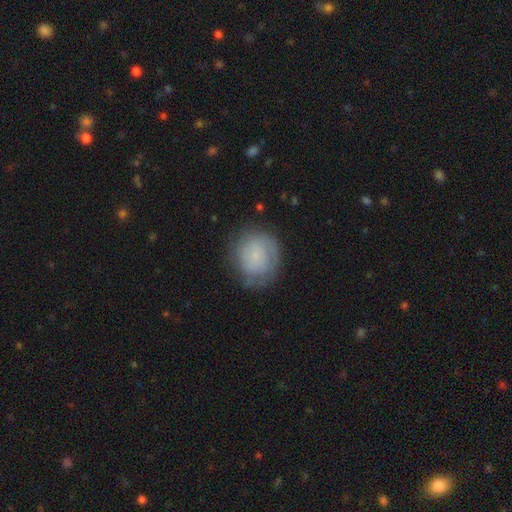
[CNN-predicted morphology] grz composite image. It shows a smooth galaxy with no disk features (52%) that is round (77%). Merging: none (69%).